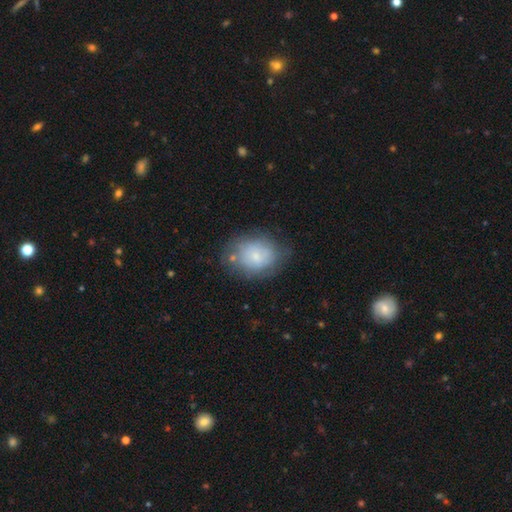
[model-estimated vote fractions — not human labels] smooth-or-featured: smooth: 67% | featured or disk: 24% | star or artifact: 8%
  how-rounded: in between: 56% | round: 43% | cigar-shaped: 1%
  merging: none: 59% | minor disturbance: 25% | major disturbance: 10% | merger: 5%